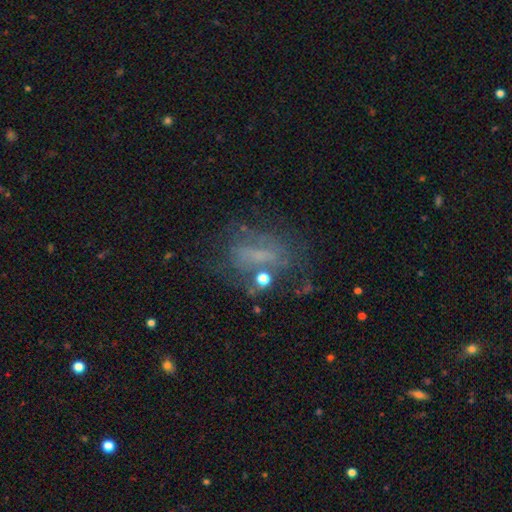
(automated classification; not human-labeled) Q: Smooth or featured?
A: featured or disk (48%); runner-up: smooth (33%)
Q: Merging?
A: none (52%); runner-up: major disturbance (22%)